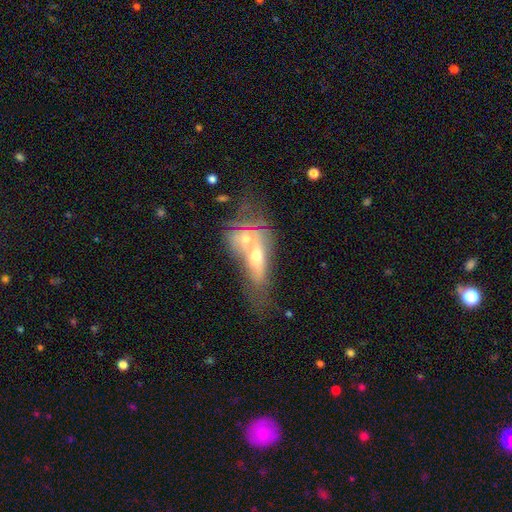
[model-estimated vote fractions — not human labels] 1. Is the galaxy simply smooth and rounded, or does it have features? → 45% featured or disk, 43% smooth, 12% star or artifact.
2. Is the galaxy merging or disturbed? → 66% merger, 15% none, 11% major disturbance, 8% minor disturbance.